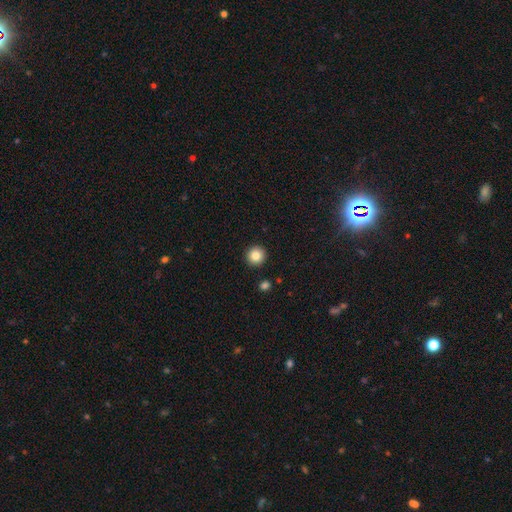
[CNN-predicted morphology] This appears to be a smooth galaxy with no disk features (84%) that is round (95%). Merging: none (92%).